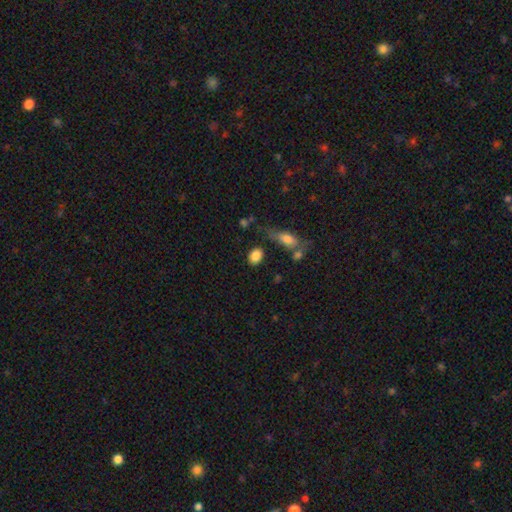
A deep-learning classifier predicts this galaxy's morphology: Smooth or featured: smooth — 86% (star or artifact — 8%)
How rounded: in between — 64% (round — 33%)
Merging: none — 77% (minor disturbance — 13%)